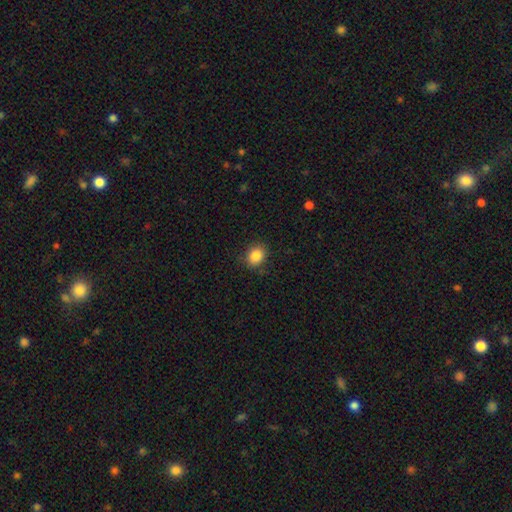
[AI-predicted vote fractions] Overall: smooth (86%). How rounded: round (60%; in between 40%). Merging: none (85%).